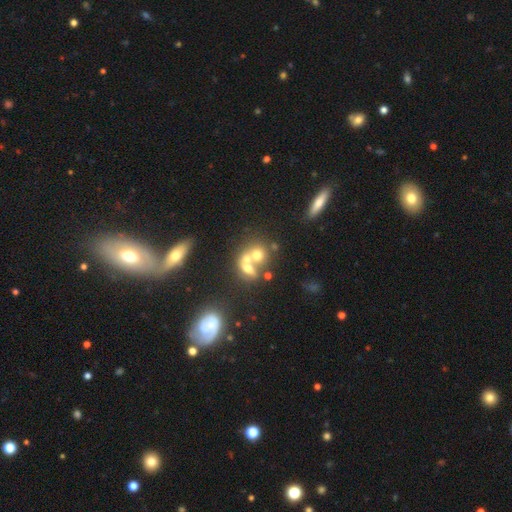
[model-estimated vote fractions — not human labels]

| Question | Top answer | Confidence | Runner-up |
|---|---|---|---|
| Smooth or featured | smooth | 51% | featured or disk (32%) |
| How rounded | round | 67% | in between (31%) |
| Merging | merger | 58% | none (29%) |